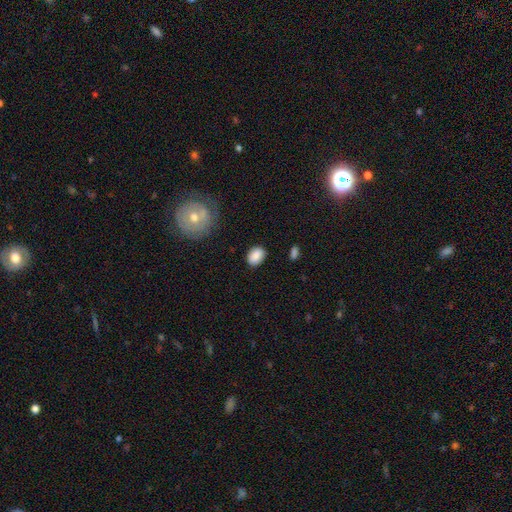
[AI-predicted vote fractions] Smooth or featured? Predicted: smooth (p=0.86). How rounded? Predicted: in between (p=0.68). Merging? Predicted: none (p=0.84).